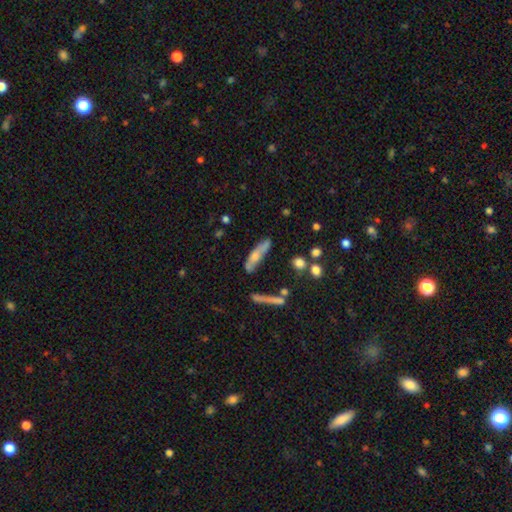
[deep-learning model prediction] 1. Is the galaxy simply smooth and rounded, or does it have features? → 54% smooth, 38% featured or disk, 8% star or artifact.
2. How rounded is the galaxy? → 72% cigar-shaped, 25% in between, 3% round.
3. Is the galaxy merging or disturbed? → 57% none, 22% minor disturbance, 11% merger, 10% major disturbance.